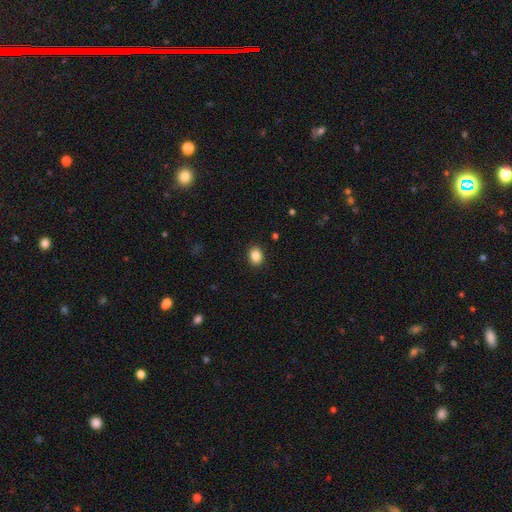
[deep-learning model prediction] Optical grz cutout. It shows a smooth galaxy with no disk features (86%) that is in between round and cigar-shaped (50%). Merging: none (91%).